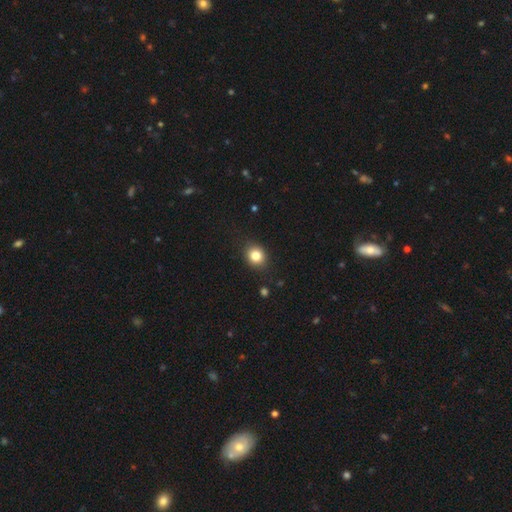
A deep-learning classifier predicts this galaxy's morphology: Smooth or featured? smooth (82%)
How rounded? round (69%)
Merging? none (87%)